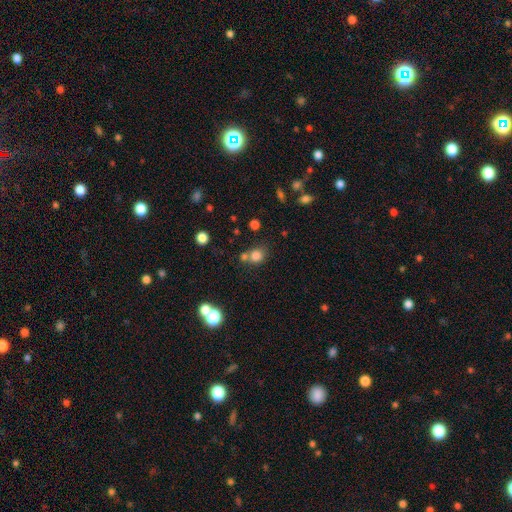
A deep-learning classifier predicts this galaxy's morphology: smooth-or-featured: smooth: 79% | star or artifact: 14% | featured or disk: 7%
  how-rounded: round: 80% | in between: 19% | cigar-shaped: 1%
  merging: none: 56% | merger: 29% | minor disturbance: 11% | major disturbance: 5%